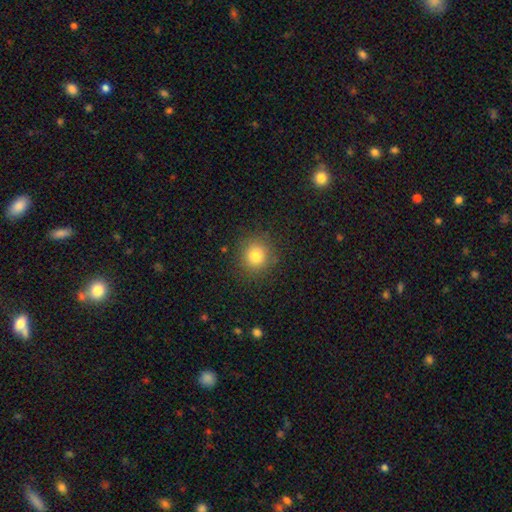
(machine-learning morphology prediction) Smooth or featured? Predicted: smooth (p=0.80). How rounded? Predicted: round (p=0.91). Merging? Predicted: none (p=0.87).